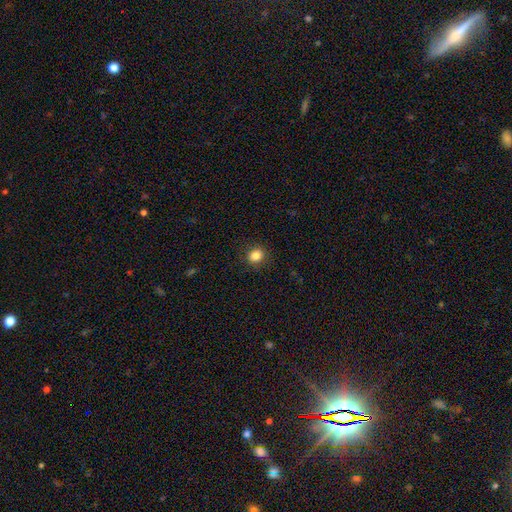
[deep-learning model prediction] The model was most divided on "how rounded": round: 65%, in between: 34%, cigar-shaped: 1%. More confident: merging — none (89%); smooth or featured — smooth (85%).